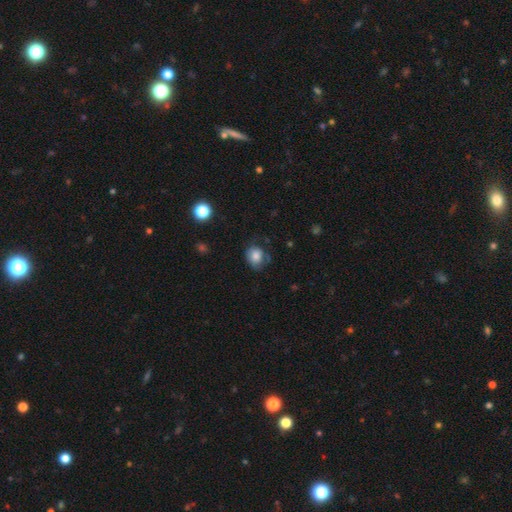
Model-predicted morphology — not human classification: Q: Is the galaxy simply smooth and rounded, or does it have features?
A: smooth — 78%.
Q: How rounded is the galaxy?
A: round — 65%.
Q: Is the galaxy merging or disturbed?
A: none — 57%.